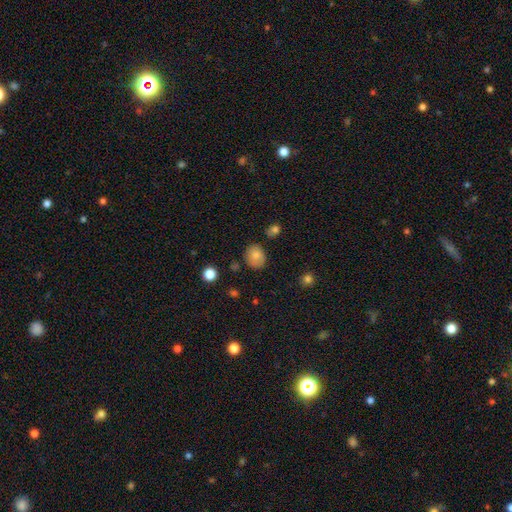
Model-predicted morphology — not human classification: Q: Smooth or featured?
A: smooth (80%); runner-up: featured or disk (10%)
Q: How rounded?
A: round (54%); runner-up: in between (45%)
Q: Merging?
A: none (74%); runner-up: minor disturbance (18%)